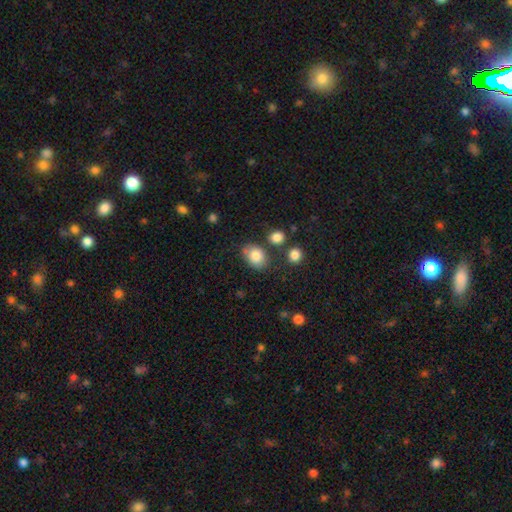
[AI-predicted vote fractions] smooth-or-featured: smooth: 83% | star or artifact: 9% | featured or disk: 8%
  how-rounded: in between: 66% | round: 33% | cigar-shaped: 1%
  merging: none: 68% | minor disturbance: 18% | merger: 9% | major disturbance: 5%